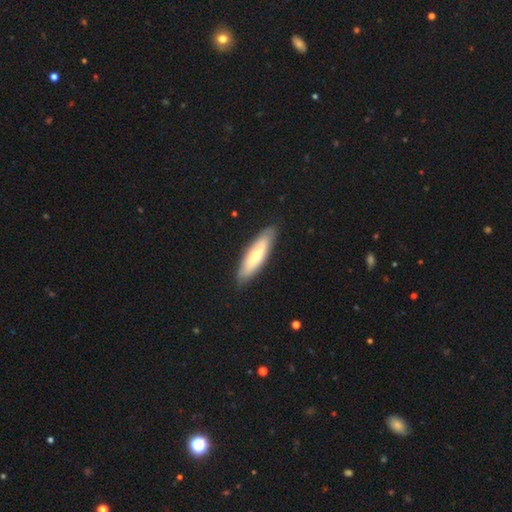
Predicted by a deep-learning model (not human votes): Smooth or featured: smooth — 55% (featured or disk — 40%)
How rounded: cigar-shaped — 60% (in between — 38%)
Merging: none — 86% (minor disturbance — 10%)